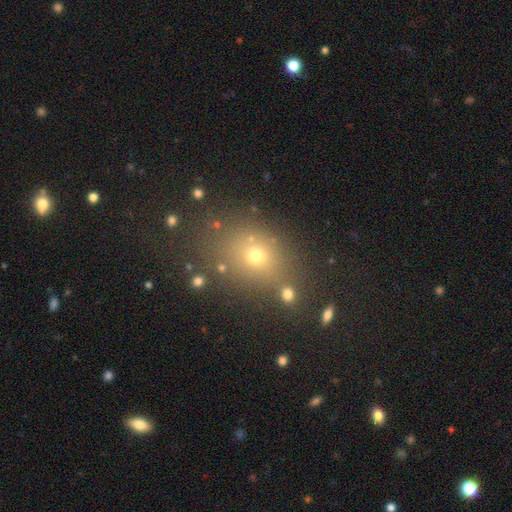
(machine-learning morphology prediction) Q: Smooth or featured?
A: smooth (64%); runner-up: star or artifact (23%)
Q: How rounded?
A: in between (53%); runner-up: round (45%)
Q: Merging?
A: none (73%); runner-up: minor disturbance (13%)